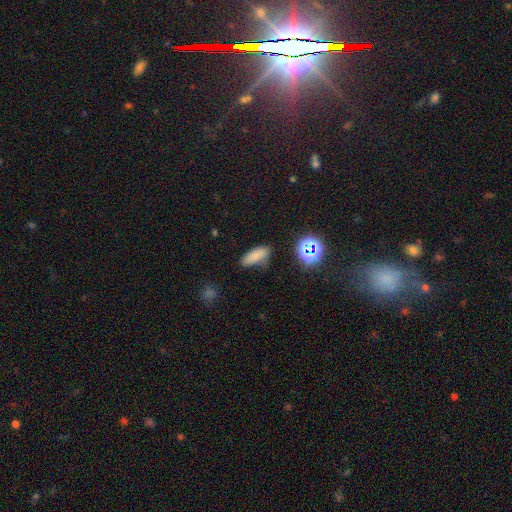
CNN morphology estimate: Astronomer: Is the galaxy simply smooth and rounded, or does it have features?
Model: smooth — 77%.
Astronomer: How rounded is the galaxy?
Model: in between — 73%.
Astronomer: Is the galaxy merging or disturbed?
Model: none — 70%.